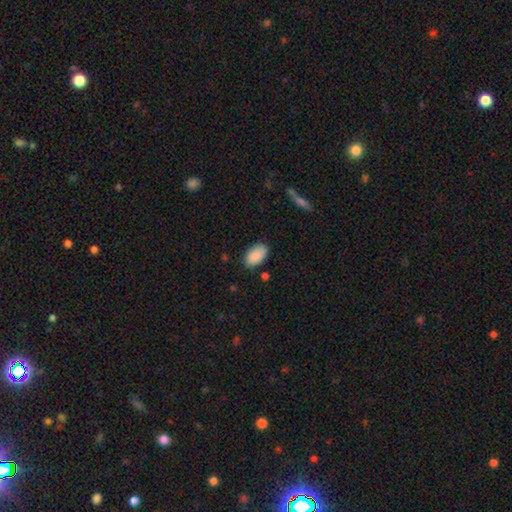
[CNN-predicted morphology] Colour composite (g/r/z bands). It shows a smooth galaxy with no disk features (90%) that is in between round and cigar-shaped (94%). Merging: none (83%).